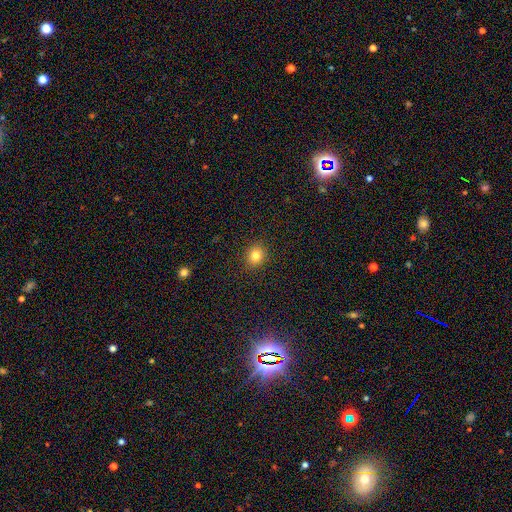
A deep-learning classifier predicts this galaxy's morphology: Smooth or featured? Predicted: smooth (p=0.82). How rounded? Predicted: round (p=0.74). Merging? Predicted: none (p=0.90).